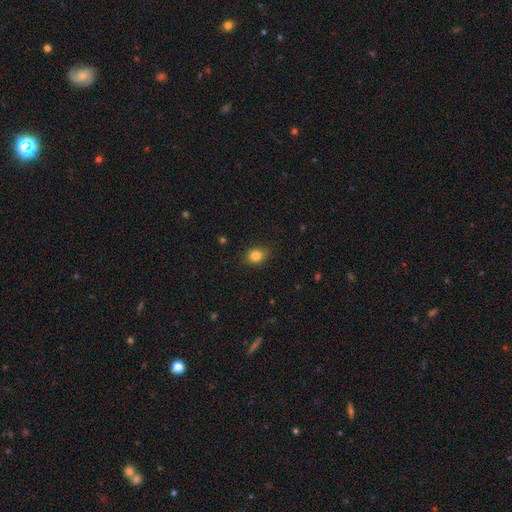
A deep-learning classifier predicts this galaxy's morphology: This appears to be a smooth galaxy with no disk features (83%) that is round (55%). Merging: none (77%).